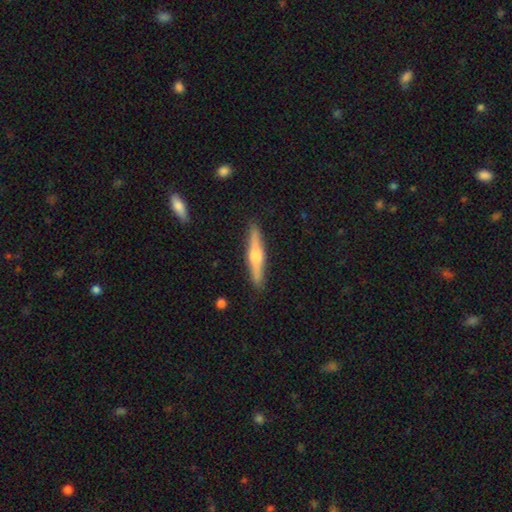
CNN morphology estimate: smooth_or_featured: featured or disk (p=0.61) [alt: smooth p=0.34]
disk_edge_on: yes (p=0.97) [alt: no p=0.03]
edge_on_bulge: rounded (p=0.87) [alt: boxy p=0.08]
merging: none (p=0.90) [alt: minor disturbance p=0.07]